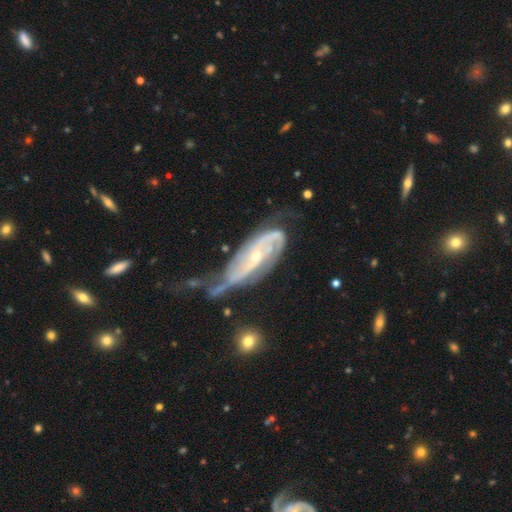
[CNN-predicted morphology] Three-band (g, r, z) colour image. It shows a featured or disk galaxy (87%) with no bar (46%), 2 (57%) medium (40%, tied with tight) spiral arms (95%) and a small central bulge (67%). Merging: none (31%).